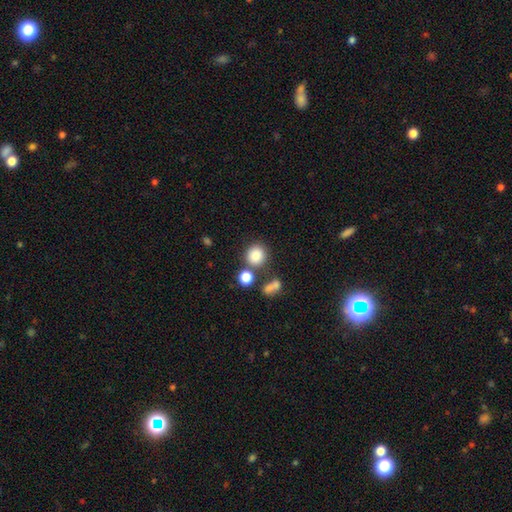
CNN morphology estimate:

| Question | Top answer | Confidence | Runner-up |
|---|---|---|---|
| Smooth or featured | smooth | 84% | star or artifact (11%) |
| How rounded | round | 84% | in between (15%) |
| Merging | none | 67% | merger (17%) |